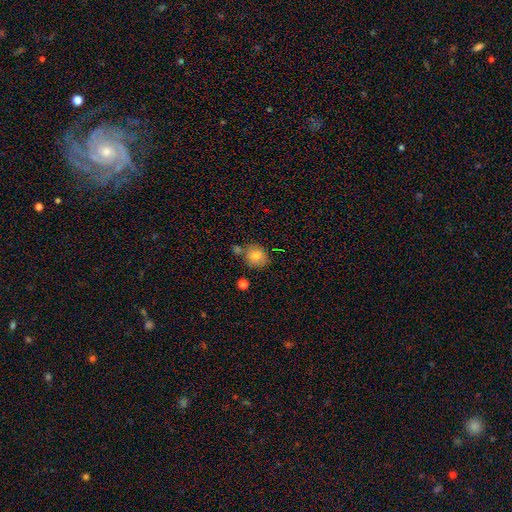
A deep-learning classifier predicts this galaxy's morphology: Q: Smooth or featured?
A: smooth (79%); runner-up: featured or disk (11%)
Q: How rounded?
A: round (77%); runner-up: in between (22%)
Q: Merging?
A: none (68%); runner-up: minor disturbance (15%)